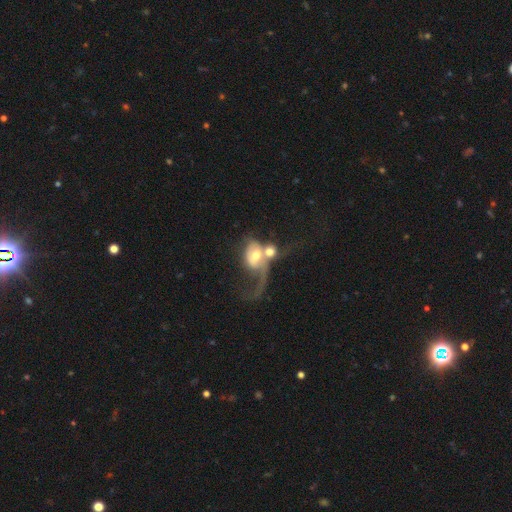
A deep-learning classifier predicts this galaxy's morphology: A featured or disk galaxy (58%) with no bar (63%), spiral arms (70%) and a moderate central bulge (58%). Merging: merger (63%).